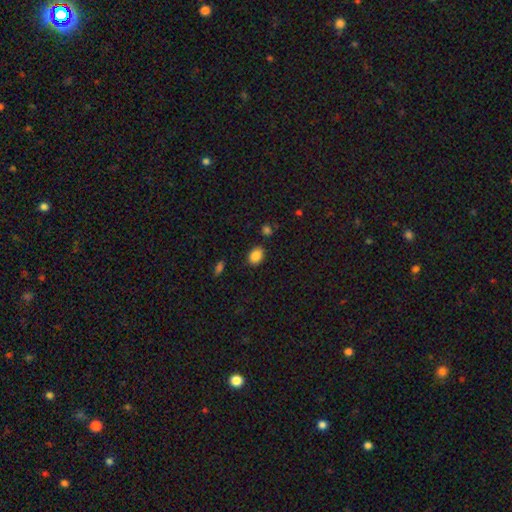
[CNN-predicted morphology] smooth-or-featured: smooth: 86% | star or artifact: 9% | featured or disk: 5%
  how-rounded: in between: 74% | round: 25% | cigar-shaped: 1%
  merging: none: 85% | minor disturbance: 10% | merger: 3% | major disturbance: 2%